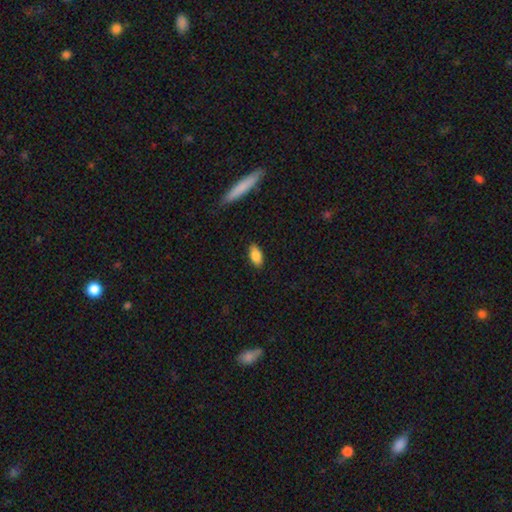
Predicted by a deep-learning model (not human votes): smooth 86%, featured or disk 8%, star or artifact 7%. Down the decision tree: how rounded — in between (88%); merging — none (87%).